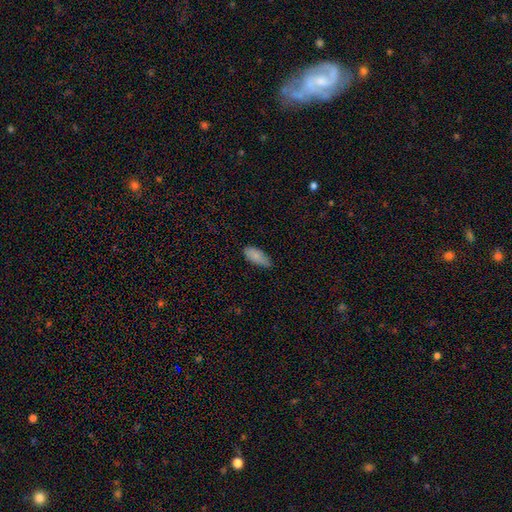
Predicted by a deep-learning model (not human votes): Smooth or featured? Predicted: smooth (p=0.86). How rounded? Predicted: in between (p=0.89). Merging? Predicted: none (p=0.62).